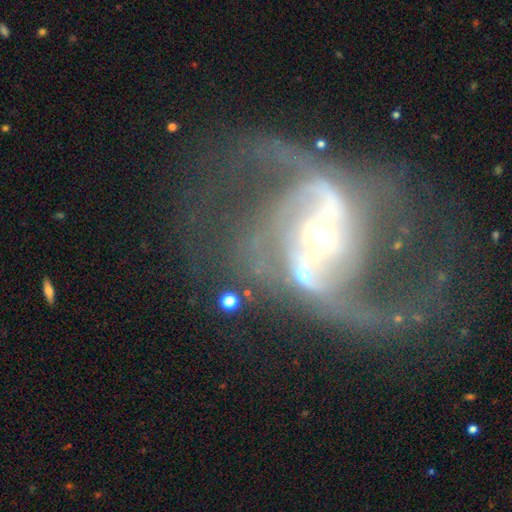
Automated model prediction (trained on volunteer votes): Smooth or featured?
  - featured or disk: 78% *
  - smooth: 11%
  - star or artifact: 10%
Edge-on disk?
  - no: 95% *
  - yes: 5%
Bar?
  - strong: 43% *
  - weak: 30%
  - no: 27%
Spiral arms?
  - yes: 81% *
  - no: 19%
Spiral winding?
  - loose: 42% *
  - medium: 40%
  - tight: 18%
Spiral arm count?
  - 2: 75% *
  - can't tell: 11%
  - 1: 6%
  - 3: 4%
  - 4: 2%
  - more than 4: 2%
Bulge size?
  - moderate: 46% *
  - small: 44%
  - large: 5%
  - none: 3%
  - dominant: 2%
Merging?
  - none: 37% *
  - major disturbance: 29%
  - merger: 19%
  - minor disturbance: 14%